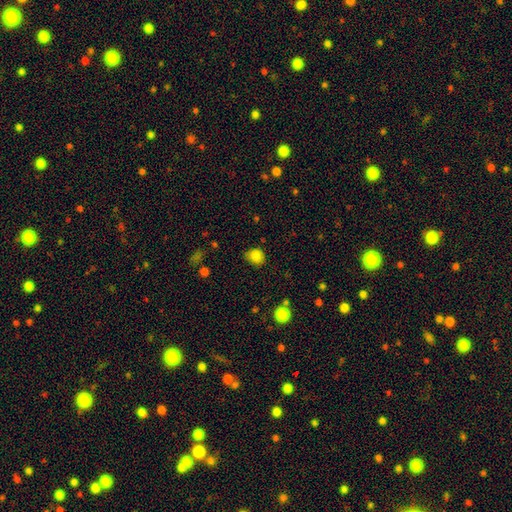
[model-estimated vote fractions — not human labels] The model was most divided on "how rounded": round: 62%, in between: 37%, cigar-shaped: 1%. More confident: smooth or featured — smooth (85%); merging — none (74%).